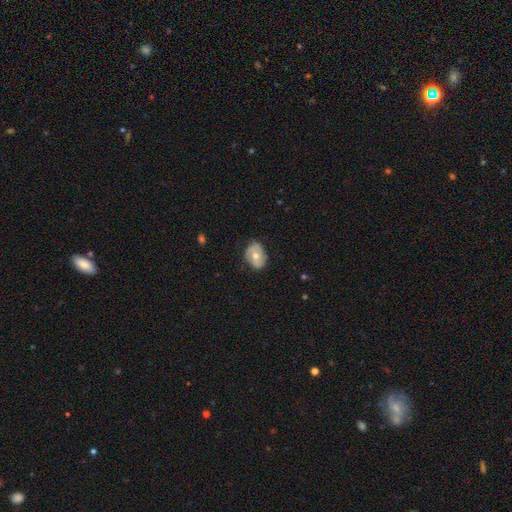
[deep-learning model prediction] A smooth galaxy with no disk features (48%). Merging: none (66%).